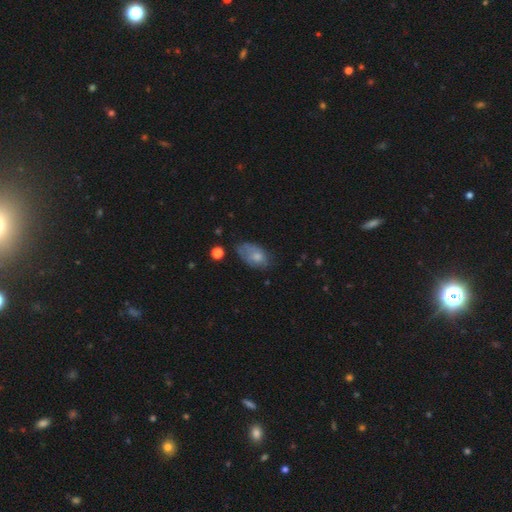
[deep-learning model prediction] Smooth or featured? Predicted: smooth (p=0.67). How rounded? Predicted: in between (p=0.89). Merging? Predicted: none (p=0.43).